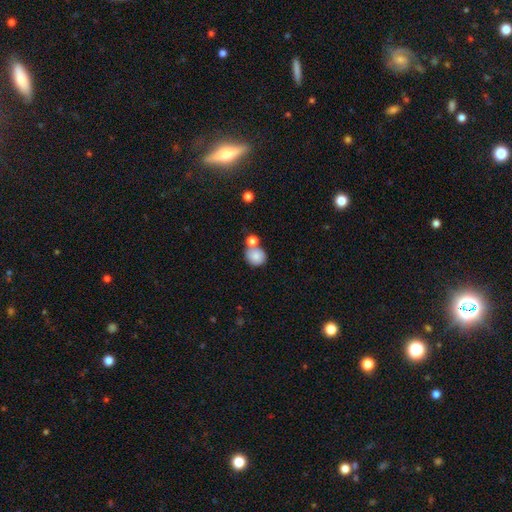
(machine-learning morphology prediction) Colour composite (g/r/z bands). It shows a smooth galaxy with no disk features (82%) that is round (83%). Merging: none (51%).